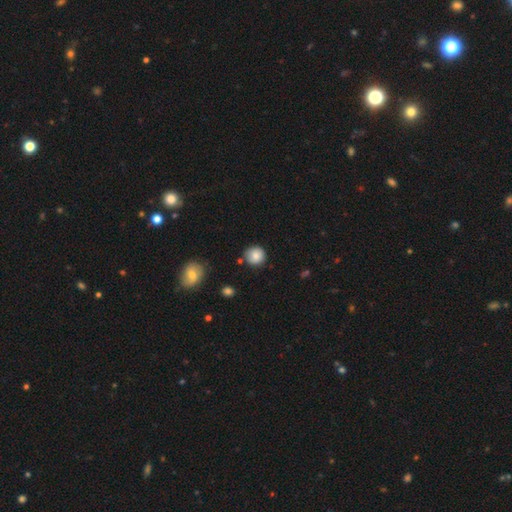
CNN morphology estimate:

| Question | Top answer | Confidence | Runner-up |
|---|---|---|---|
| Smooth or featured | smooth | 82% | star or artifact (9%) |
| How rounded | round | 93% | in between (6%) |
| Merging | none | 83% | minor disturbance (11%) |